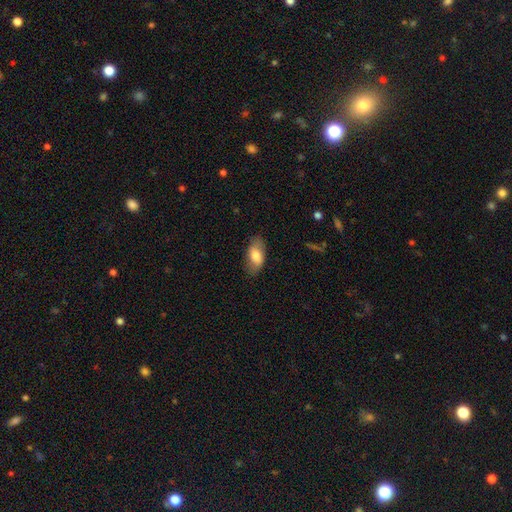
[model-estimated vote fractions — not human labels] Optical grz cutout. It shows a smooth galaxy with no disk features (73%) that is in between round and cigar-shaped (91%). Merging: none (80%).